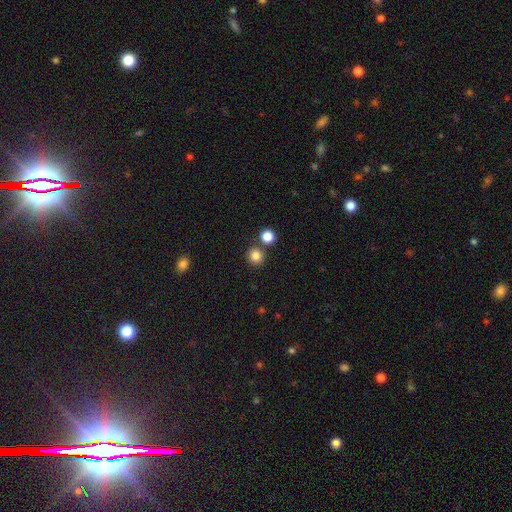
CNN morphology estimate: Q: Smooth or featured?
A: smooth (84%); runner-up: star or artifact (12%)
Q: How rounded?
A: round (91%); runner-up: in between (8%)
Q: Merging?
A: none (79%); runner-up: merger (12%)